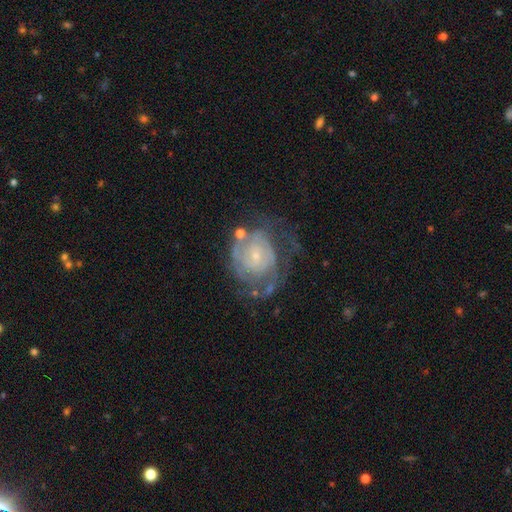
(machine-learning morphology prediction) Smooth or featured? featured or disk (78%)
Edge-on disk? no (98%)
Bar? no (71%)
Spiral arms? yes (81%)
Spiral winding? tight (62%)
Spiral arm count? can't tell (48%)
Bulge size? small (75%)
Merging? none (51%)